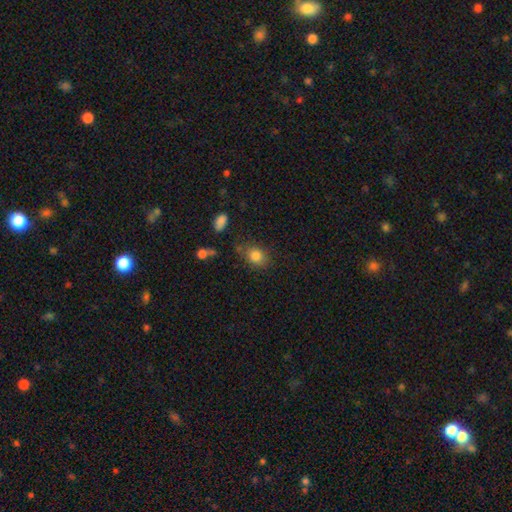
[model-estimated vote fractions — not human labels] Smooth or featured? smooth (82%)
How rounded? in between (59%)
Merging? none (74%)